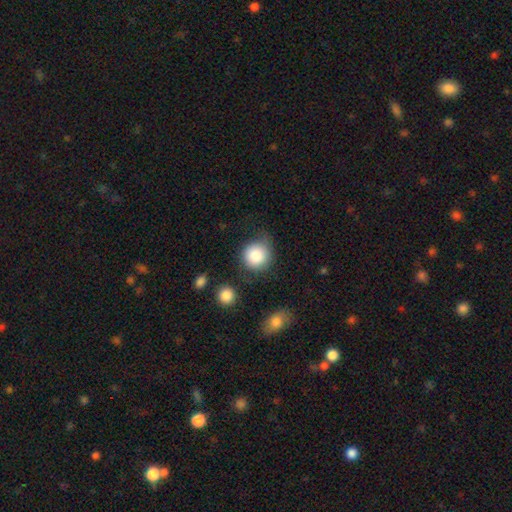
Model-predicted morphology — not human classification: This appears to be a smooth galaxy with no disk features (84%) that is round (90%). Merging: none (68%).